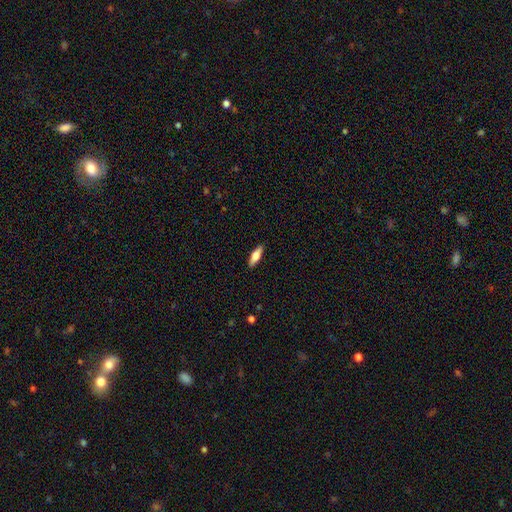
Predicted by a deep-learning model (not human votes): Overall: smooth (65%; featured or disk 29%). How rounded: in between (58%; cigar-shaped 40%). Merging: none (90%).